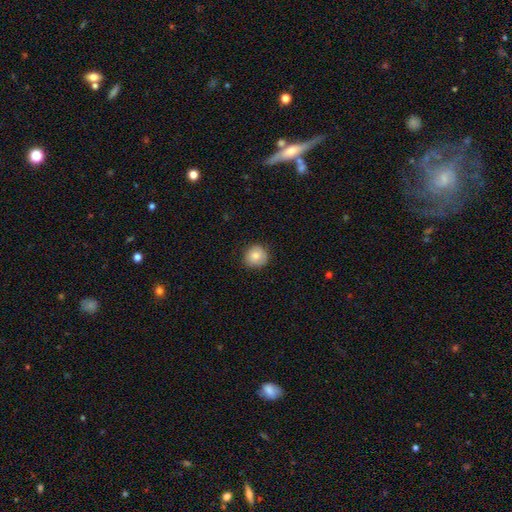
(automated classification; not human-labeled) Q: Smooth or featured?
A: smooth (83%); runner-up: featured or disk (9%)
Q: How rounded?
A: round (89%); runner-up: in between (10%)
Q: Merging?
A: none (83%); runner-up: minor disturbance (13%)